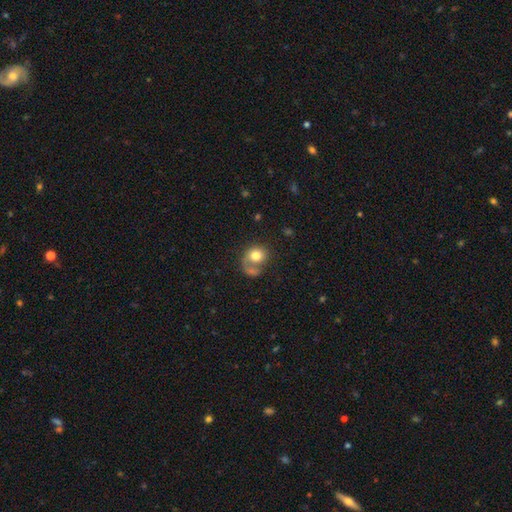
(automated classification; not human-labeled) Smooth or featured: smooth — 69% (featured or disk — 23%)
How rounded: round — 71% (in between — 28%)
Merging: none — 36% (major disturbance — 26%)